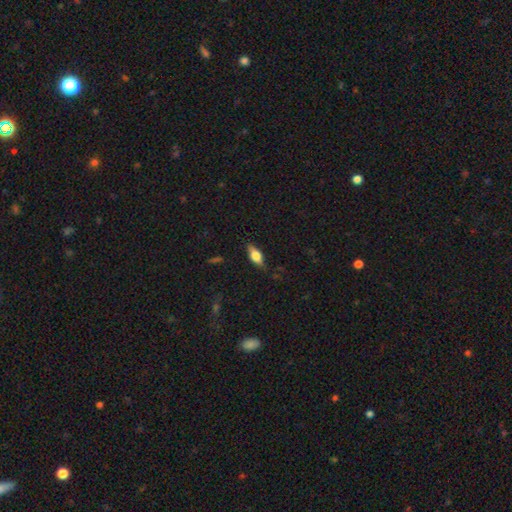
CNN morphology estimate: smooth-or-featured: smooth: 55% | featured or disk: 37% | star or artifact: 8%
  how-rounded: in between: 75% | cigar-shaped: 21% | round: 4%
  merging: none: 81% | minor disturbance: 14% | major disturbance: 3% | merger: 1%